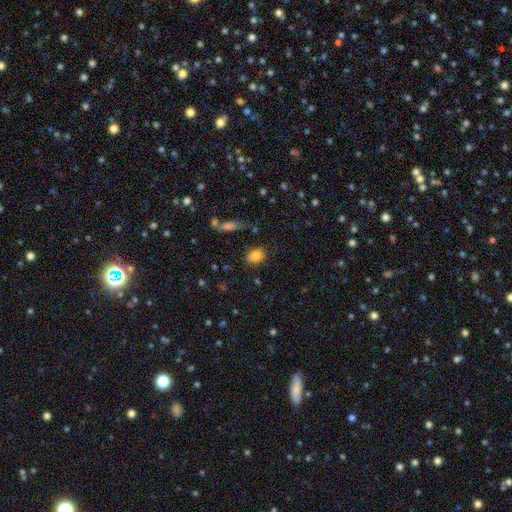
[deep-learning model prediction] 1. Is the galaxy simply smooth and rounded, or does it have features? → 83% smooth, 10% star or artifact, 7% featured or disk.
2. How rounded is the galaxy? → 75% in between, 23% round, 2% cigar-shaped.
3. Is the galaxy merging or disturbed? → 75% none, 15% minor disturbance, 5% merger, 5% major disturbance.